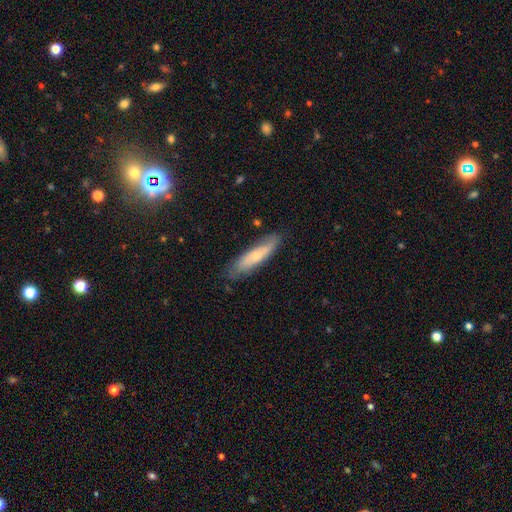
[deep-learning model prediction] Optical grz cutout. It shows a smooth galaxy with no disk features (59%) that is cigar-shaped (75%). Merging: none (76%).